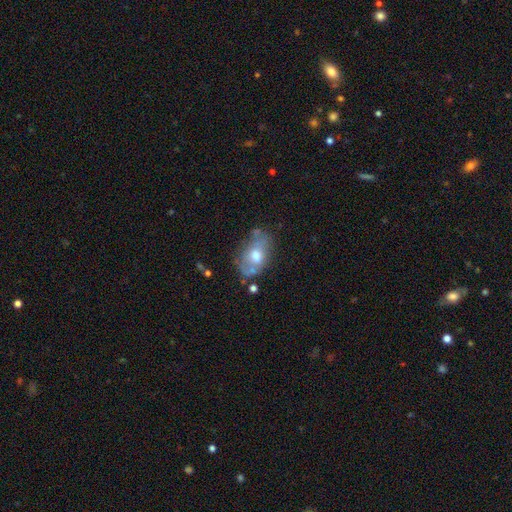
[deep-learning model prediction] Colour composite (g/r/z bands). It shows a smooth galaxy with no disk features (53%) that is in between round and cigar-shaped (85%). Merging: none (52%).